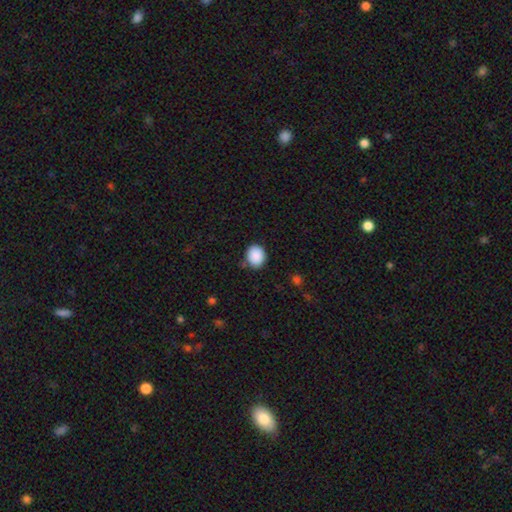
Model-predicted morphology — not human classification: The model was most divided on "how rounded": round: 60%, in between: 39%, cigar-shaped: 1%. More confident: smooth or featured — smooth (89%); merging — none (81%).